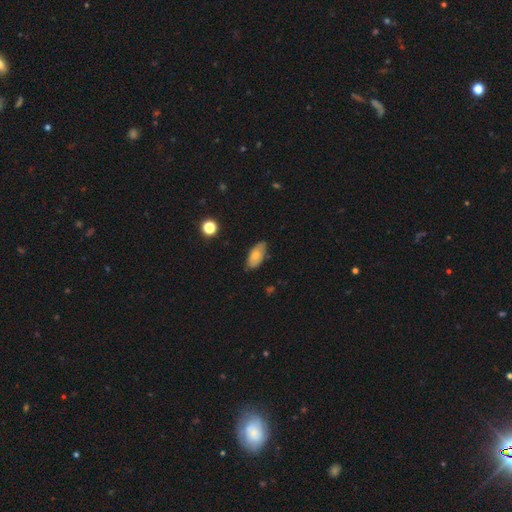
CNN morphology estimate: This appears to be a smooth galaxy with no disk features (67%) that is in between round and cigar-shaped (91%). Merging: none (74%).